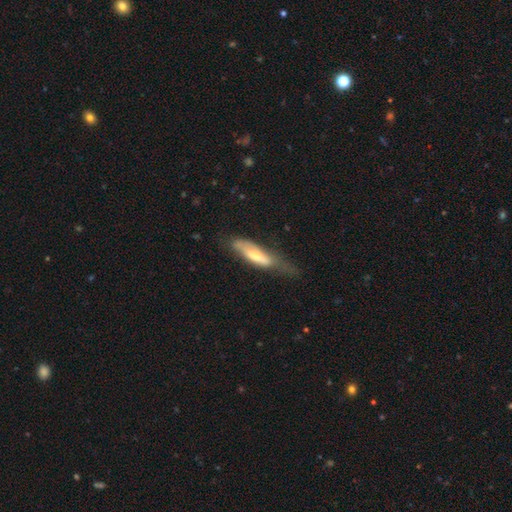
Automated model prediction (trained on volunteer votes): Overall: smooth (58%; featured or disk 37%). How rounded: cigar-shaped (61%; in between 37%). Merging: minor disturbance (36%; none 32%).